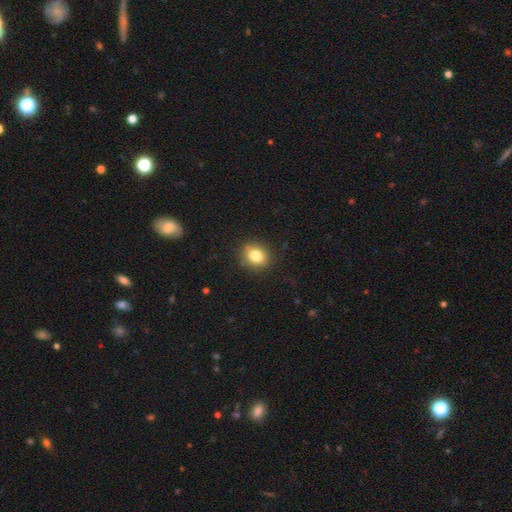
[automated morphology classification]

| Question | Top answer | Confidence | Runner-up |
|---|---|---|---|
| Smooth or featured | smooth | 81% | star or artifact (11%) |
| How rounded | round | 62% | in between (37%) |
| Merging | none | 86% | minor disturbance (10%) |